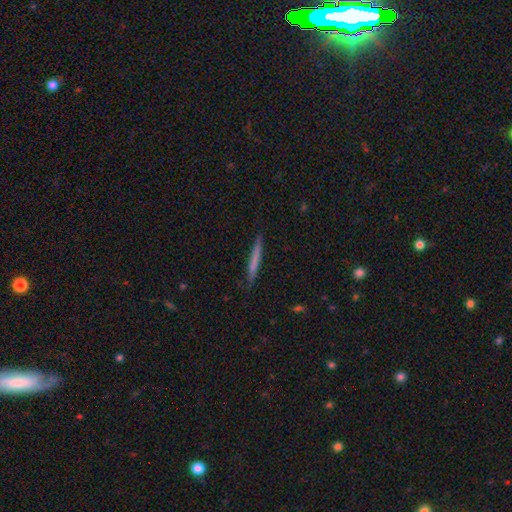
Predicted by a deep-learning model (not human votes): Overall: smooth (62%; featured or disk 32%). How rounded: cigar-shaped (96%). Merging: none (88%).